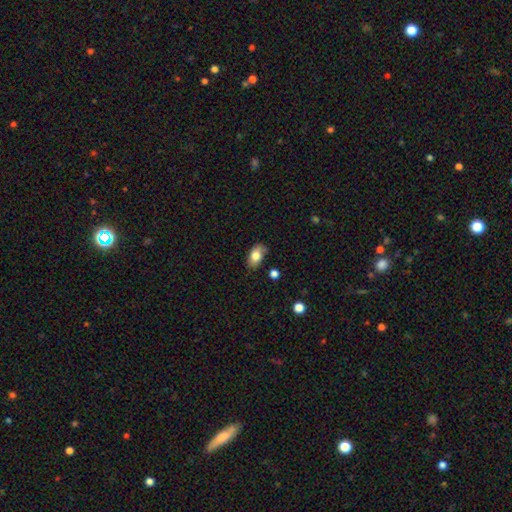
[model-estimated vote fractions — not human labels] smooth-or-featured: smooth: 79% | featured or disk: 13% | star or artifact: 8%
  how-rounded: in between: 90% | round: 8% | cigar-shaped: 2%
  merging: none: 68% | minor disturbance: 24% | major disturbance: 5% | merger: 3%